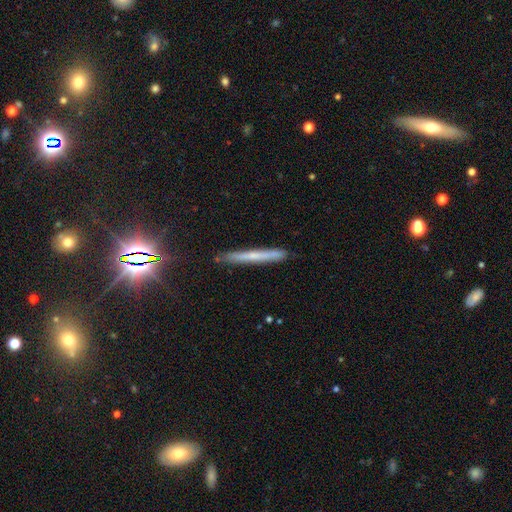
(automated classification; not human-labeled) Smooth or featured? Predicted: smooth (p=0.46). Merging? Predicted: none (p=0.86).